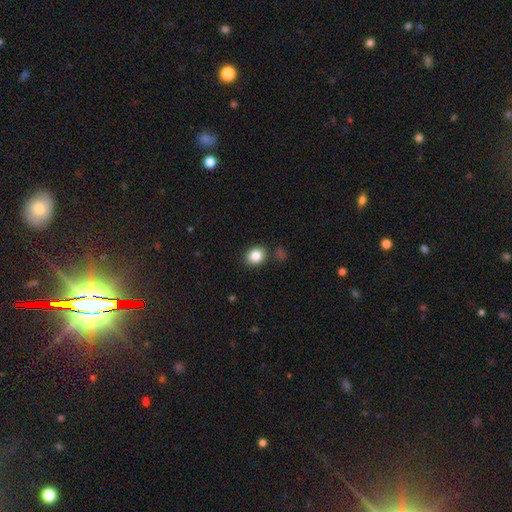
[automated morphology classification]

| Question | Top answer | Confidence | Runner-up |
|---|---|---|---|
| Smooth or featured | smooth | 85% | star or artifact (10%) |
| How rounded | round | 62% | in between (37%) |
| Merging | none | 82% | minor disturbance (10%) |